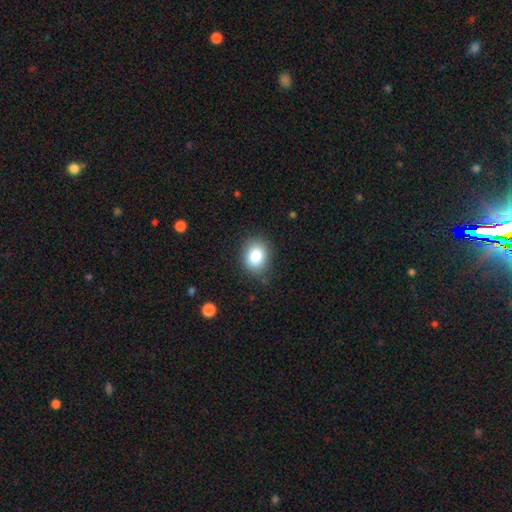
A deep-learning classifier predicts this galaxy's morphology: smooth-or-featured: smooth: 83% | star or artifact: 10% | featured or disk: 7%
  how-rounded: round: 54% | in between: 45% | cigar-shaped: 1%
  merging: none: 83% | minor disturbance: 12% | major disturbance: 3% | merger: 1%